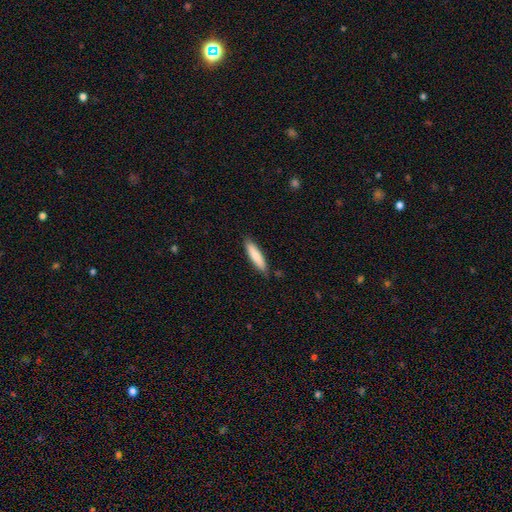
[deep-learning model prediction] The model was most divided on "how rounded": cigar-shaped: 73%, in between: 26%, round: 1%. More confident: merging — none (84%); smooth or featured — smooth (80%).